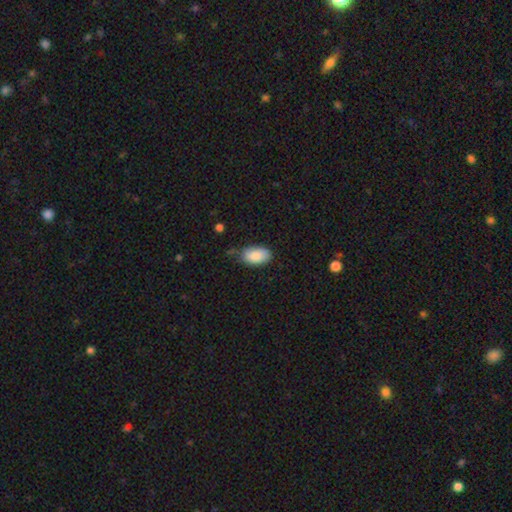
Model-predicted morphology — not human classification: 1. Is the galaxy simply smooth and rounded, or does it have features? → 87% smooth, 7% featured or disk, 7% star or artifact.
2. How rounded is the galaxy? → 94% in between, 4% round, 2% cigar-shaped.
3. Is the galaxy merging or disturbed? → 71% none, 23% minor disturbance, 4% major disturbance, 2% merger.